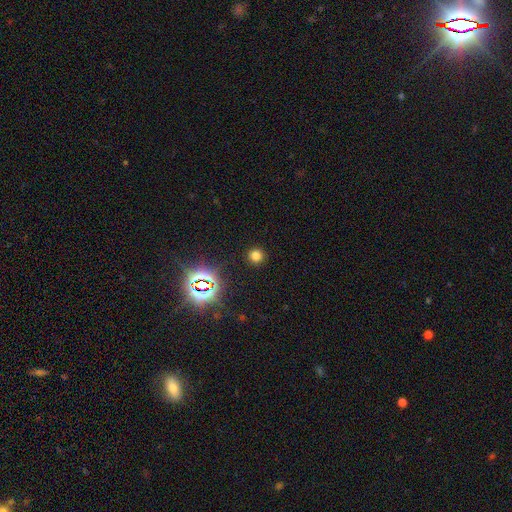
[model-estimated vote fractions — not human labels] Smooth or featured? Predicted: smooth (p=0.72). How rounded? Predicted: round (p=0.93). Merging? Predicted: none (p=0.90).